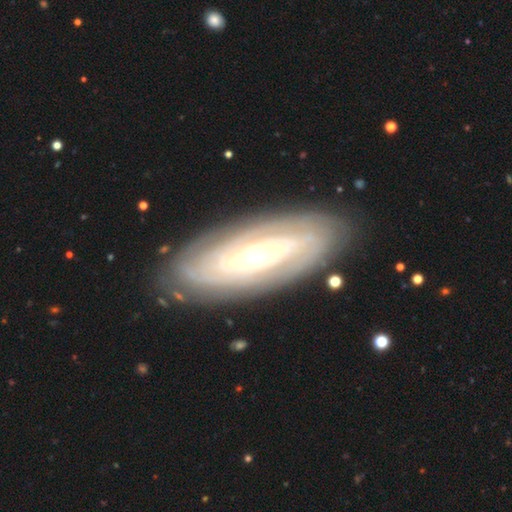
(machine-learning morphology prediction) Smooth or featured? featured or disk (80%)
Edge-on disk? no (86%)
Bar? no (74%)
Spiral arms? yes (81%)
Spiral winding? tight (79%)
Spiral arm count? can't tell (55%)
Bulge size? moderate (56%)
Merging? none (83%)